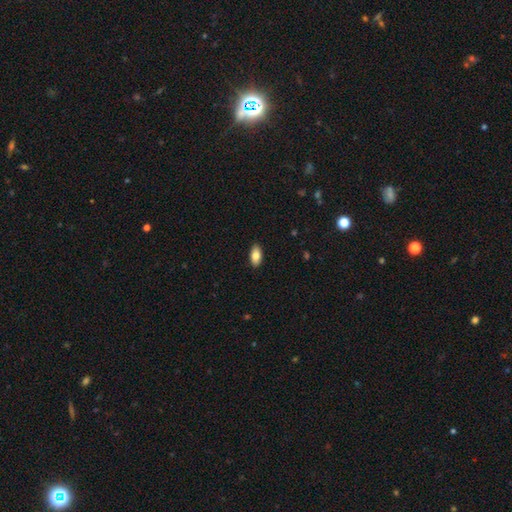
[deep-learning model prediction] Smooth or featured? smooth (81%)
How rounded? in between (92%)
Merging? none (89%)